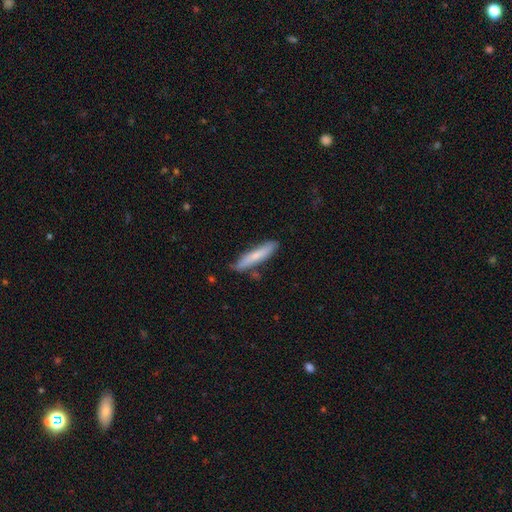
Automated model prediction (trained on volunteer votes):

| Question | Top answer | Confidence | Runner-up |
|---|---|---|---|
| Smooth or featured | smooth | 68% | featured or disk (27%) |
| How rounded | cigar-shaped | 88% | in between (10%) |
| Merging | none | 80% | minor disturbance (14%) |